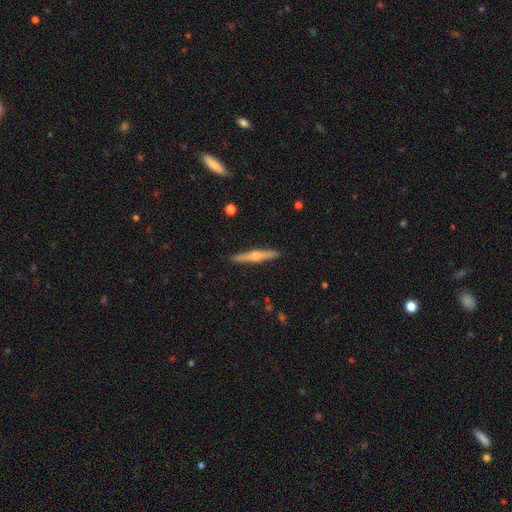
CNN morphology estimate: Q: Smooth or featured?
A: featured or disk (63%); runner-up: smooth (29%)
Q: Edge-on disk?
A: yes (96%); runner-up: no (4%)
Q: Edge-on bulge?
A: rounded (85%); runner-up: none (11%)
Q: Merging?
A: none (89%); runner-up: minor disturbance (8%)